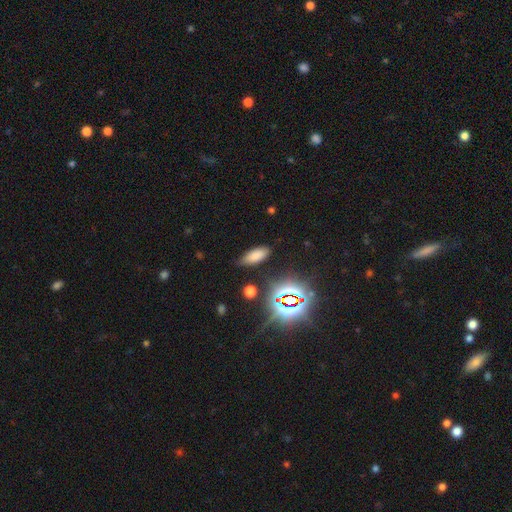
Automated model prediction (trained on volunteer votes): This is likely a smooth galaxy (73%). How rounded: likely in between (79%). Merging: clearly none (80%).